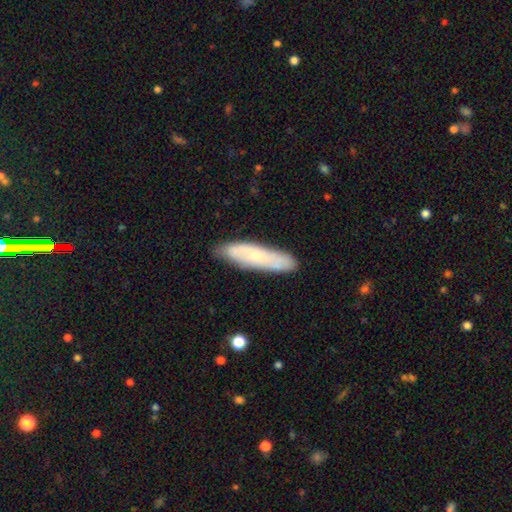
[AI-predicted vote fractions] smooth_or_featured: smooth (p=0.56) [alt: featured or disk p=0.38]
how_rounded: cigar-shaped (p=0.72) [alt: in between p=0.26]
merging: none (p=0.80) [alt: minor disturbance p=0.16]